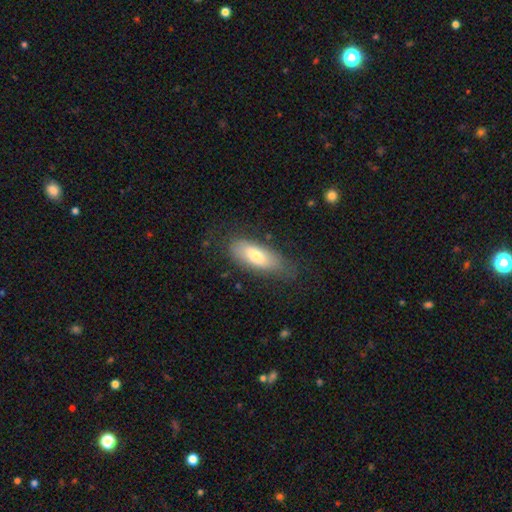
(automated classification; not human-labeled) This appears to be a smooth galaxy with no disk features (71%) that is in between round and cigar-shaped (73%). Merging: none (71%).